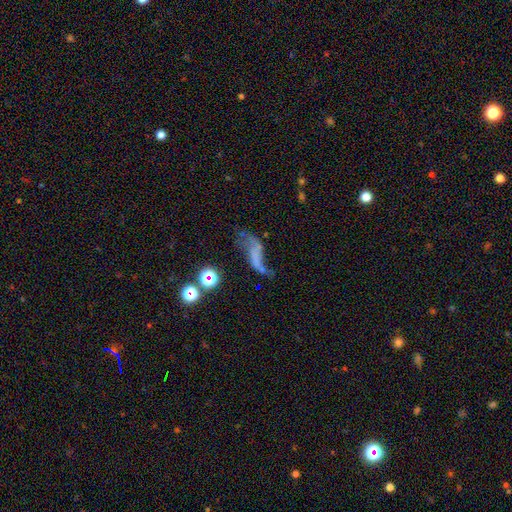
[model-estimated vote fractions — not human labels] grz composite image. It shows a featured or disk galaxy (52%). Merging: major disturbance (36%).